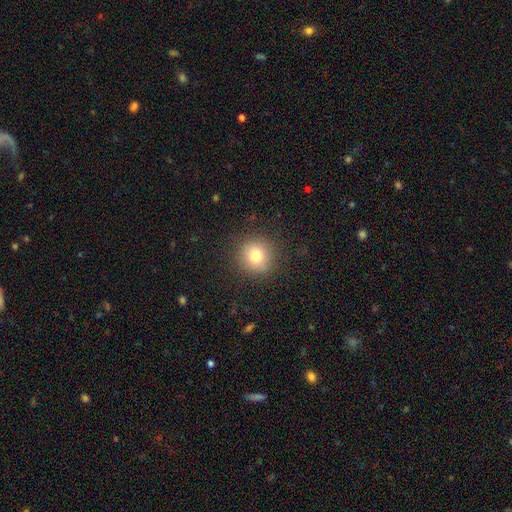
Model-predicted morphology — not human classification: smooth-or-featured: smooth: 77% | star or artifact: 12% | featured or disk: 10%
  how-rounded: round: 92% | in between: 7% | cigar-shaped: 1%
  merging: none: 89% | minor disturbance: 7% | major disturbance: 3% | merger: 1%